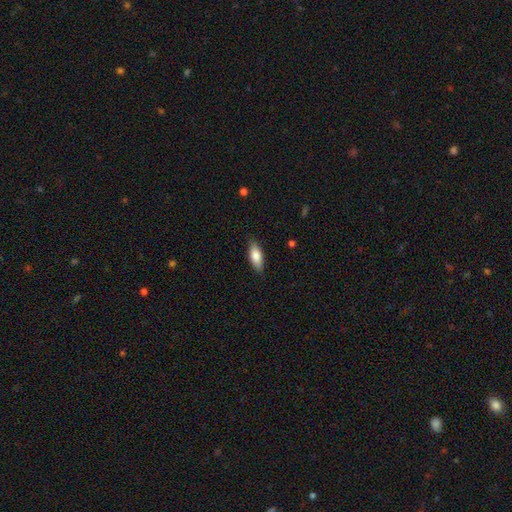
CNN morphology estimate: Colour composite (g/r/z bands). It shows a smooth galaxy with no disk features (79%) that is in between round and cigar-shaped (76%). Merging: none (86%).